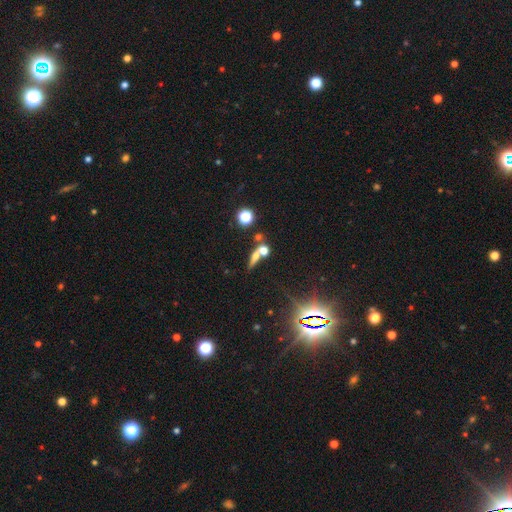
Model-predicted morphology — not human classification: The model was most divided on "merging": none: 45%, merger: 39%, minor disturbance: 10%, major disturbance: 7%. Remaining: smooth or featured — smooth (53%); how rounded — cigar-shaped (38%).